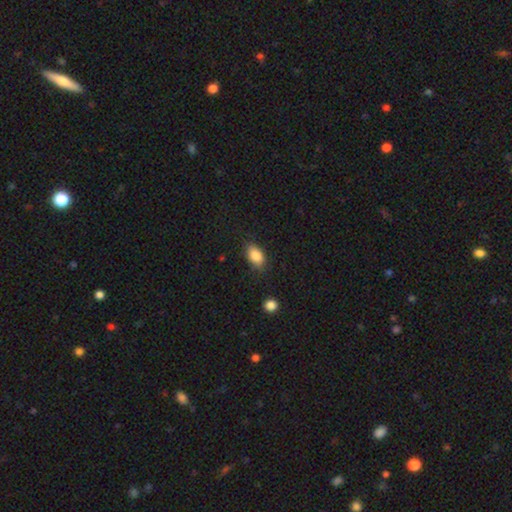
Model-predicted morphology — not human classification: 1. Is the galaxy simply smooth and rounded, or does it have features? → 86% smooth, 8% star or artifact, 6% featured or disk.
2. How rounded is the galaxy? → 88% in between, 9% round, 3% cigar-shaped.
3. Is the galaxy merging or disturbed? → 79% none, 16% minor disturbance, 3% major disturbance, 2% merger.